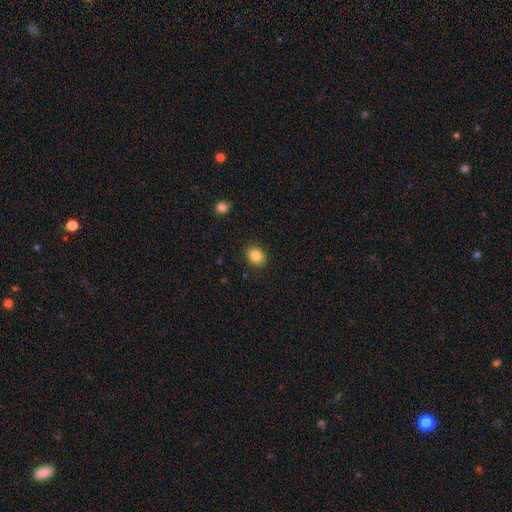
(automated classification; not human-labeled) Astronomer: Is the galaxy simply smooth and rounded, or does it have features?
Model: smooth — 85%.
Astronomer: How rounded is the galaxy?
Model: in between — 51% (runner-up: round, 48%).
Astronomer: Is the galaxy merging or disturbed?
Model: none — 89%.